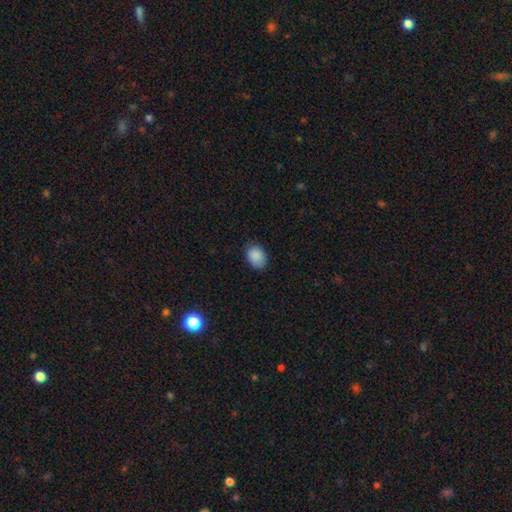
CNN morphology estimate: A smooth galaxy with no disk features (89%) that is in between round and cigar-shaped (72%). Merging: none (80%).